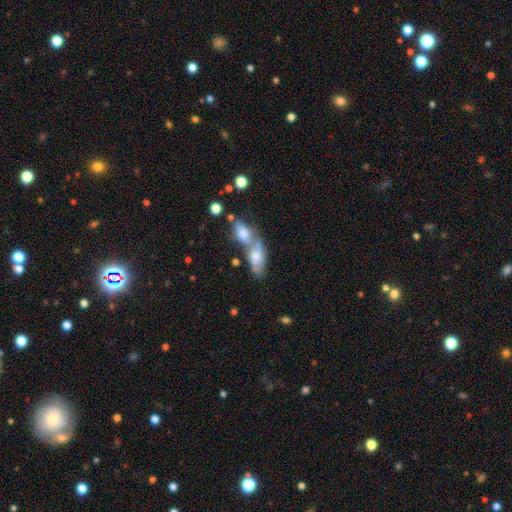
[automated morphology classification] Smooth or featured? Predicted: smooth (p=0.49). Merging? Predicted: merger (p=0.64).